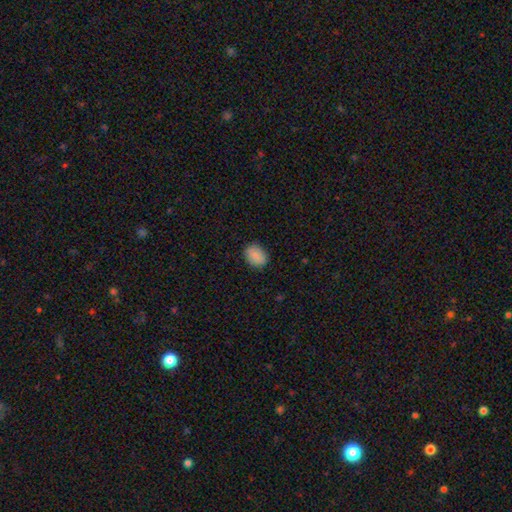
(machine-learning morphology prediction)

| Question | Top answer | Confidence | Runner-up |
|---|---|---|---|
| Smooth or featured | smooth | 87% | star or artifact (7%) |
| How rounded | in between | 75% | round (24%) |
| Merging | none | 85% | minor disturbance (11%) |